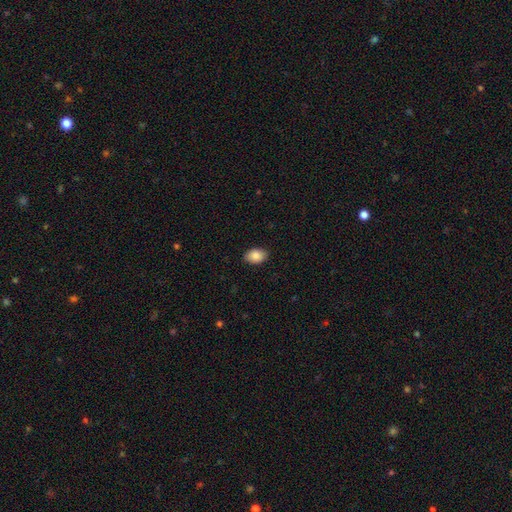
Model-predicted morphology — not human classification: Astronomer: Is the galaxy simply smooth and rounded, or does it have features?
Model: smooth — 88%.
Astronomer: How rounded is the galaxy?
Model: in between — 86%.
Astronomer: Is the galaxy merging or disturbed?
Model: none — 89%.